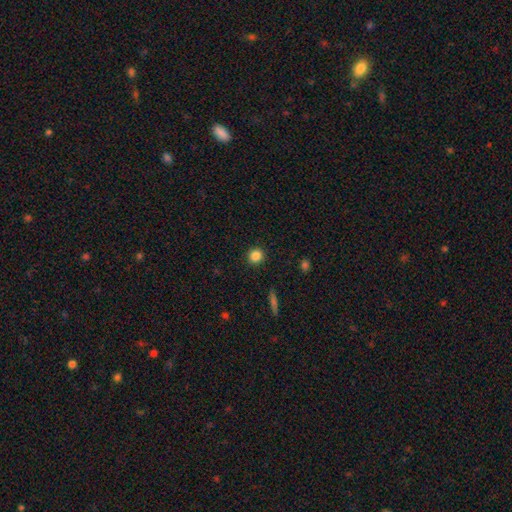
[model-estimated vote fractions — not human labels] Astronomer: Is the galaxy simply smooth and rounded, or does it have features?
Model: smooth — 85%.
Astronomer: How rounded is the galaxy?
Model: round — 92%.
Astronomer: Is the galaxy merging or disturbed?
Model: none — 92%.